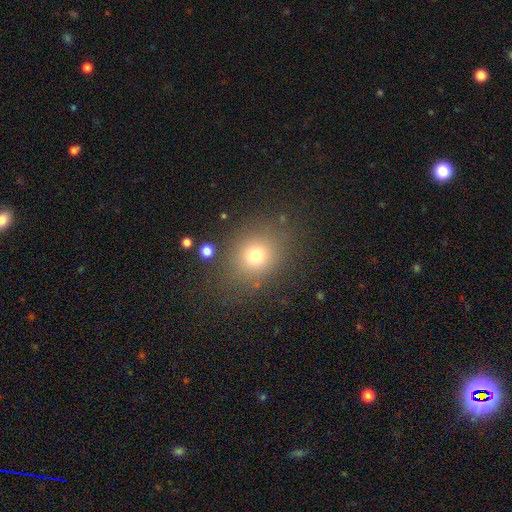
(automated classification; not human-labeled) Q: Smooth or featured?
A: smooth (73%); runner-up: star or artifact (17%)
Q: How rounded?
A: round (66%); runner-up: in between (33%)
Q: Merging?
A: none (81%); runner-up: minor disturbance (11%)